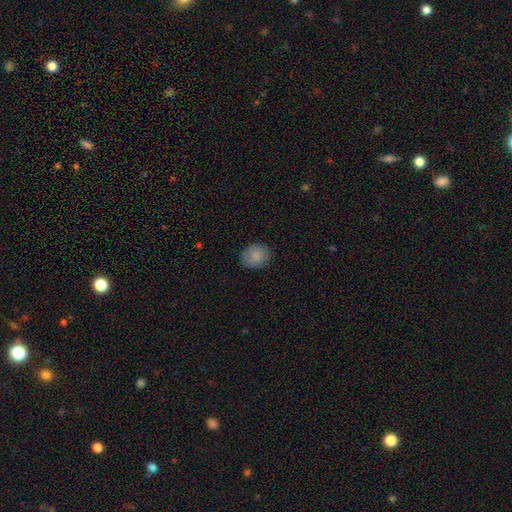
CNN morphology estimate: Smooth or featured?
  - smooth: 87% *
  - star or artifact: 8%
  - featured or disk: 6%
How rounded?
  - round: 72% *
  - in between: 27%
  - cigar-shaped: 1%
Merging?
  - none: 85% *
  - minor disturbance: 12%
  - major disturbance: 3%
  - merger: 1%